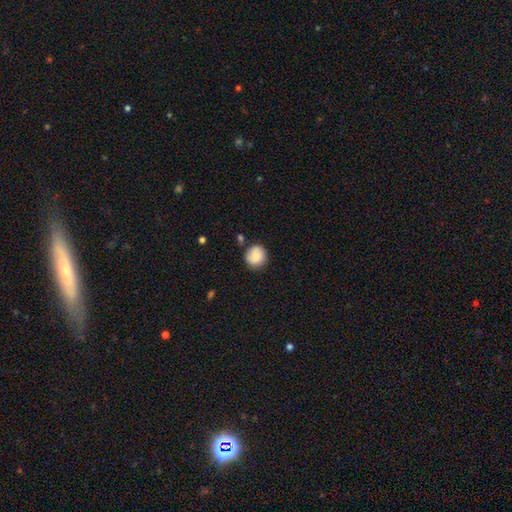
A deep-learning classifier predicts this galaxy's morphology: The model was most divided on "merging": none: 80%, minor disturbance: 13%, merger: 4%, major disturbance: 3%. More confident: how rounded — round (91%); smooth or featured — smooth (86%).